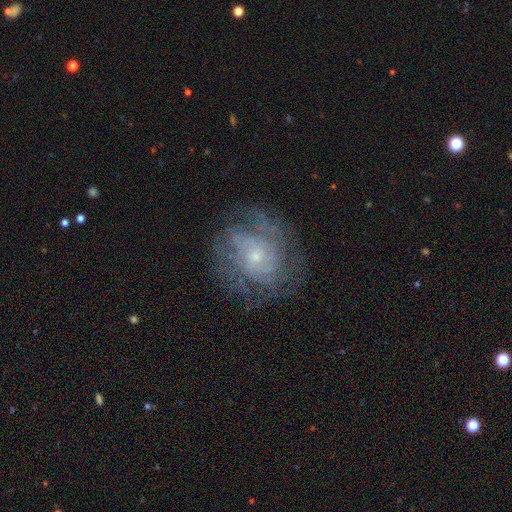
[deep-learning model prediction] The model was most divided on "spiral winding": tight: 57%, medium: 32%, loose: 11%. More confident: edge-on disk — no (97%); spiral arms — yes (81%); bar — no (74%); smooth or featured — featured or disk (74%); bulge size — small (73%); merging — none (70%); spiral arm count — can't tell (50%).